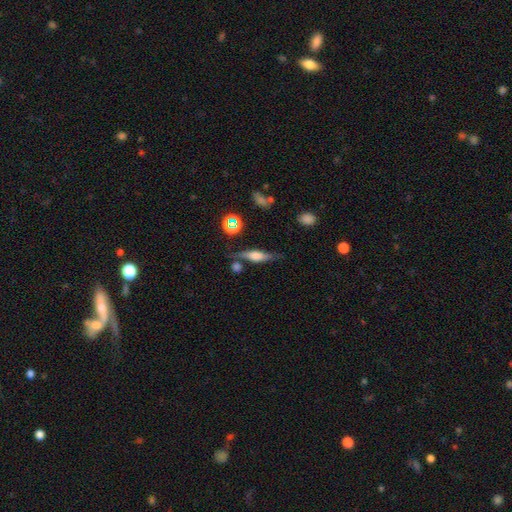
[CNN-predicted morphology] This appears to be a featured or disk galaxy (52%) viewed edge-on (90%). Merging: none (70%).